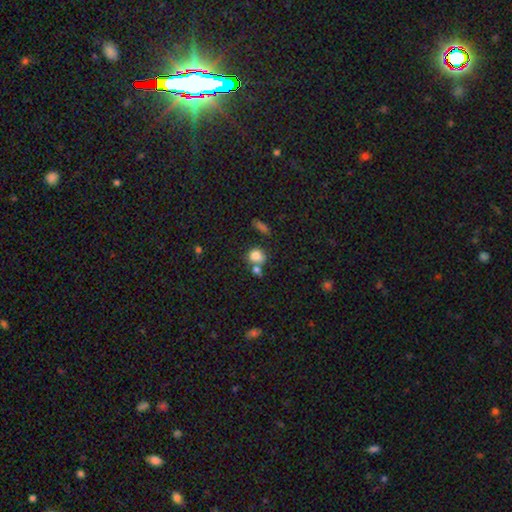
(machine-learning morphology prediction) Q: Smooth or featured?
A: smooth (80%); runner-up: star or artifact (11%)
Q: How rounded?
A: round (70%); runner-up: in between (28%)
Q: Merging?
A: none (49%); runner-up: merger (33%)